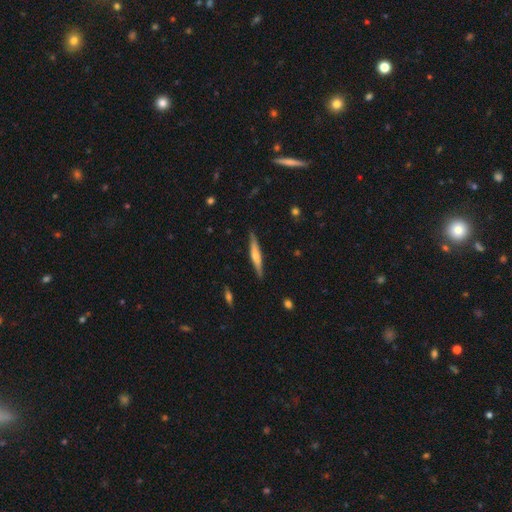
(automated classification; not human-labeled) Smooth or featured: featured or disk — 53% (smooth — 41%)
Edge-on disk: yes — 96% (no — 4%)
Edge-on bulge: rounded — 71% (none — 17%)
Merging: none — 88% (minor disturbance — 9%)